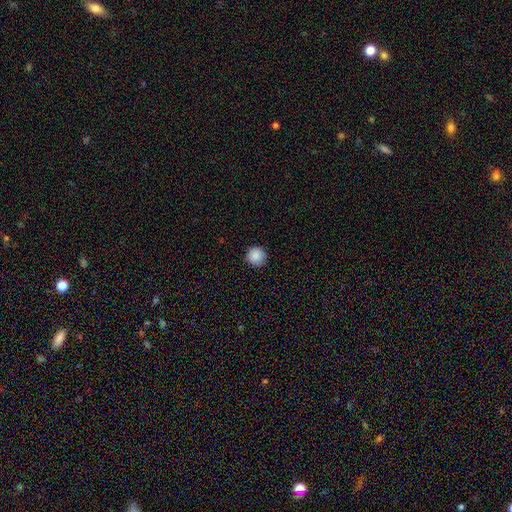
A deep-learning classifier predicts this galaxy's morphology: Overall: smooth (88%). How rounded: round (96%). Merging: none (90%).